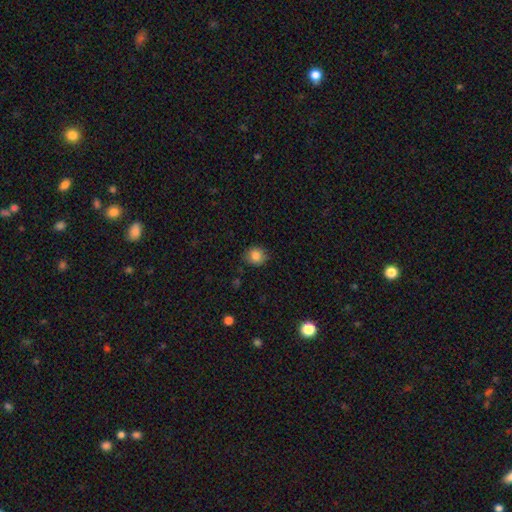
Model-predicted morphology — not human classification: smooth-or-featured: smooth: 84% | star or artifact: 10% | featured or disk: 6%
  how-rounded: round: 77% | in between: 22% | cigar-shaped: 1%
  merging: none: 84% | minor disturbance: 13% | major disturbance: 3% | merger: 1%